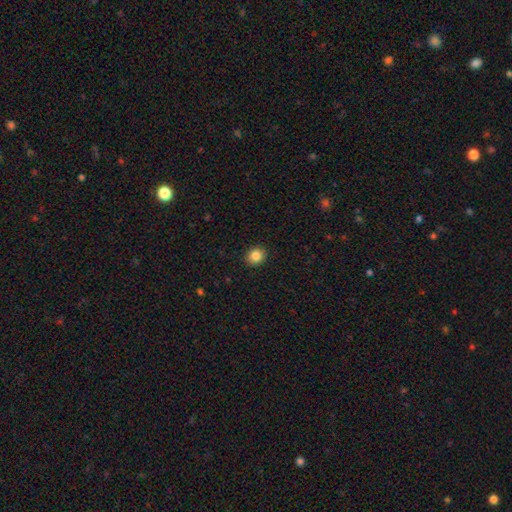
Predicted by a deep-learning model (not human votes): Smooth or featured? Predicted: smooth (p=0.86). How rounded? Predicted: round (p=0.76). Merging? Predicted: none (p=0.91).